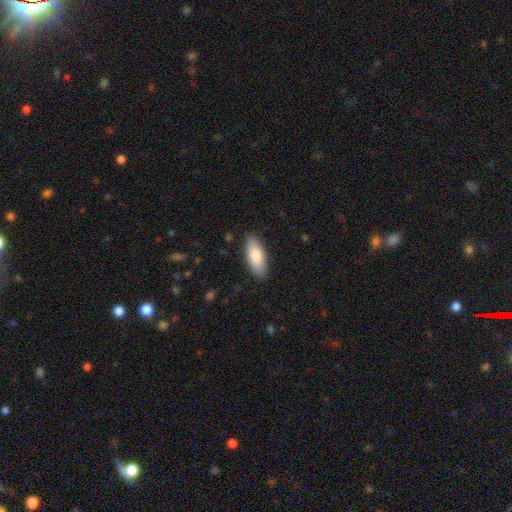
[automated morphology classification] Smooth or featured? Predicted: smooth (p=0.82). How rounded? Predicted: in between (p=0.80). Merging? Predicted: none (p=0.87).